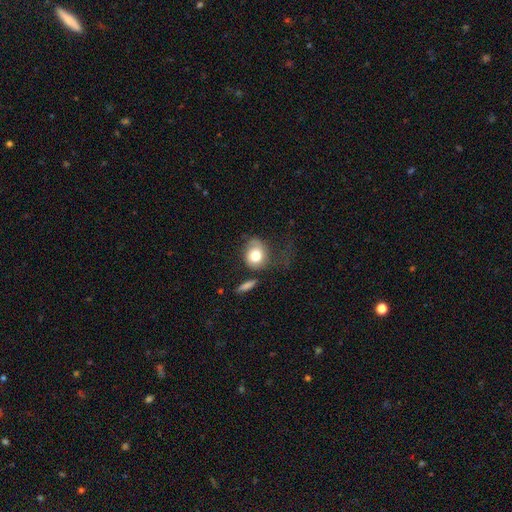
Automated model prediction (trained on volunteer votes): A smooth galaxy with no disk features (72%) that is round (66%). Merging: none (39%).